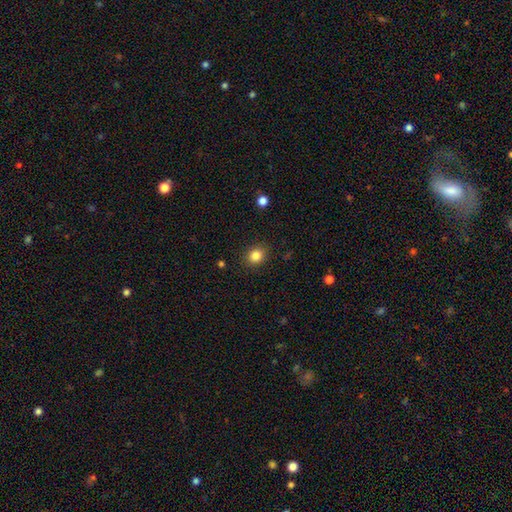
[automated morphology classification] Overall: smooth (85%). How rounded: round (66%; in between 33%). Merging: none (88%).